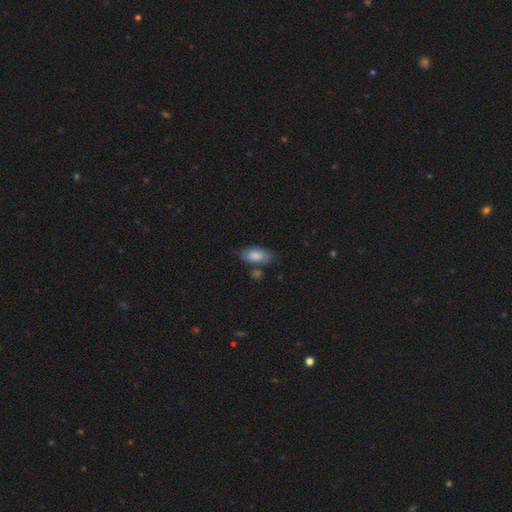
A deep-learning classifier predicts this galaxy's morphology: Smooth or featured? smooth (83%)
How rounded? in between (90%)
Merging? none (65%)